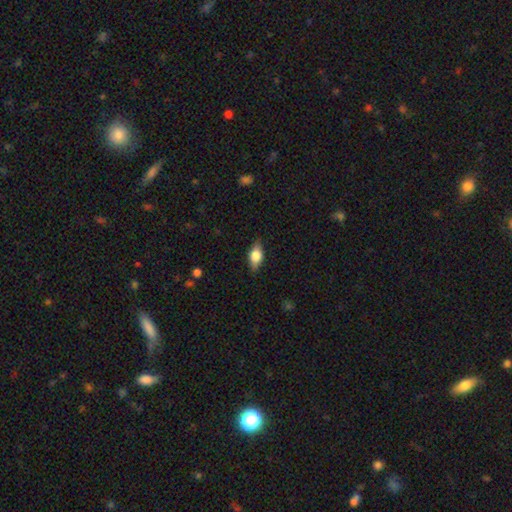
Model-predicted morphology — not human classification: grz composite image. It shows a smooth galaxy with no disk features (63%) that is in between round and cigar-shaped (81%). Merging: none (84%).